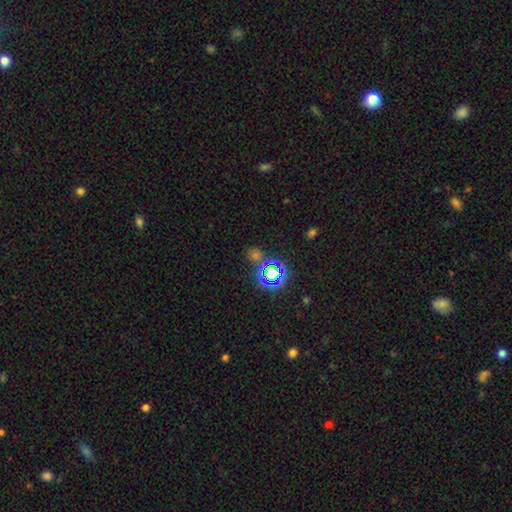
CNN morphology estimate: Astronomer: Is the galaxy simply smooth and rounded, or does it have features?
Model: star or artifact — 61%.